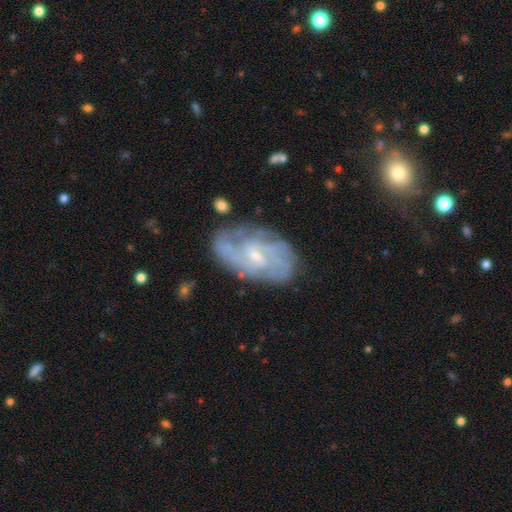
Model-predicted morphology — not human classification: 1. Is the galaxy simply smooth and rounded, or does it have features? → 84% featured or disk, 10% smooth, 6% star or artifact.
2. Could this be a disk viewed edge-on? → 96% no, 4% yes.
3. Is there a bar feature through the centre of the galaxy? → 46% weak, 45% no, 9% strong.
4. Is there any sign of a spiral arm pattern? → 94% yes, 6% no.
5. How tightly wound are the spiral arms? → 51% tight, 38% medium, 11% loose.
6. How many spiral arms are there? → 33% can't tell, 28% 2, 18% 3, 10% 4, 5% more than 4, 5% 1.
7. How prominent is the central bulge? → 73% small, 23% moderate, 2% none, 1% large, 1% dominant.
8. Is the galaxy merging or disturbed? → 73% none, 19% minor disturbance, 6% major disturbance, 2% merger.